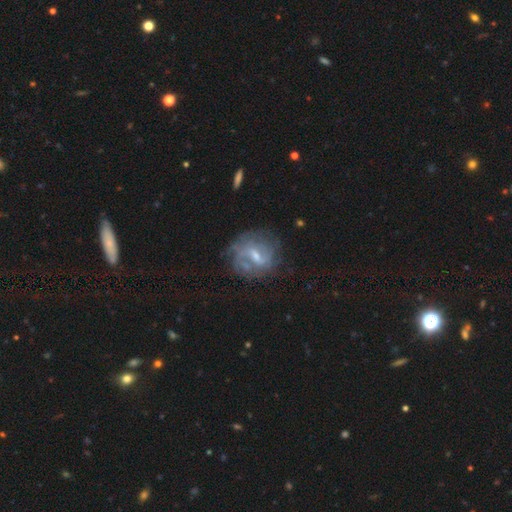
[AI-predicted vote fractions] Q: Smooth or featured?
A: featured or disk (70%); runner-up: smooth (19%)
Q: Edge-on disk?
A: no (95%); runner-up: yes (5%)
Q: Bar?
A: weak (55%); runner-up: strong (25%)
Q: Spiral arms?
A: yes (78%); runner-up: no (22%)
Q: Spiral winding?
A: tight (45%); runner-up: medium (35%)
Q: Spiral arm count?
A: can't tell (48%); runner-up: 2 (27%)
Q: Bulge size?
A: small (48%); runner-up: moderate (41%)
Q: Merging?
A: none (66%); runner-up: minor disturbance (20%)